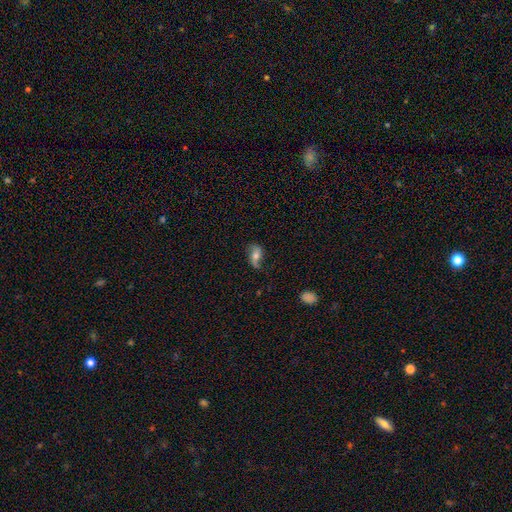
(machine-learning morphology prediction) This is possibly a featured or disk galaxy (57%). It is clearly not viewed edge-on (92%). Bar: possibly no (52%). Spiral arm pattern: clearly yes (86%). Central bulge: likely moderate (62%). Merging: likely none (65%).